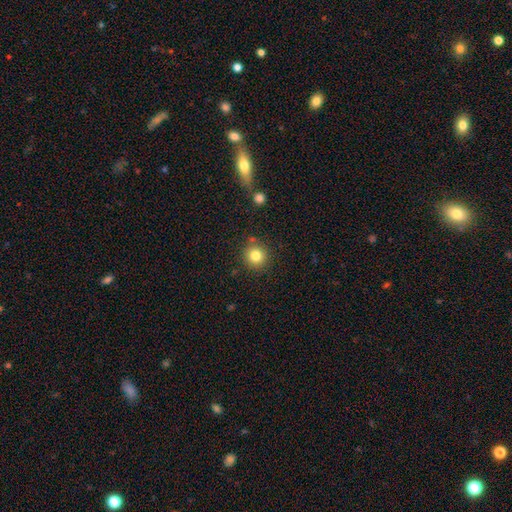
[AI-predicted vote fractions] Morphology: type=smooth (81%); roundness=round (93%); merging=none (85%).